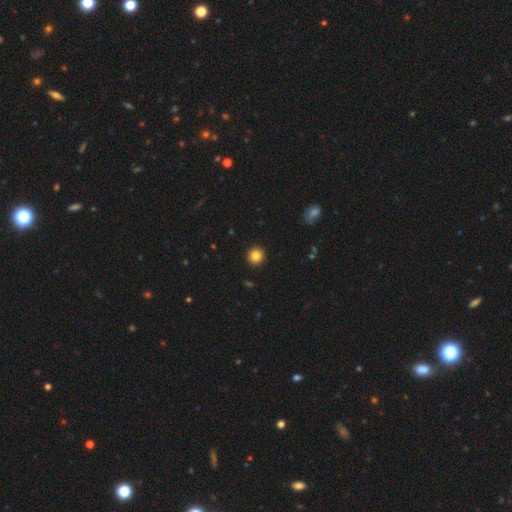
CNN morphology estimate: Smooth or featured: smooth — 85% (star or artifact — 10%)
How rounded: round — 94% (in between — 5%)
Merging: none — 93% (minor disturbance — 5%)